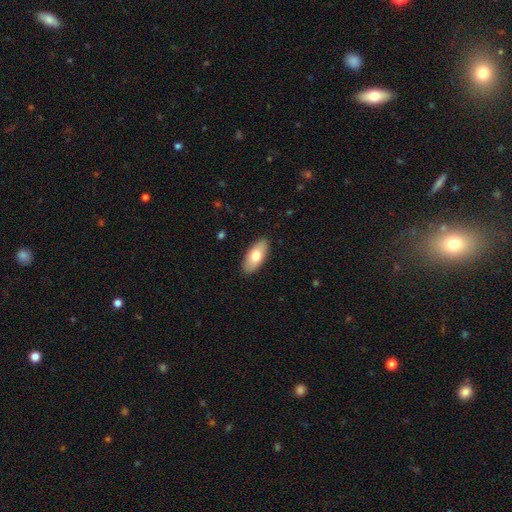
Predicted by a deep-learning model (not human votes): Smooth or featured: smooth — 74% (featured or disk — 20%)
How rounded: in between — 89% (cigar-shaped — 9%)
Merging: none — 89% (minor disturbance — 8%)